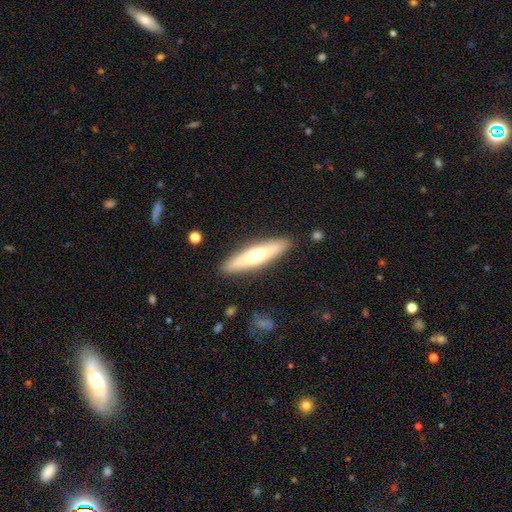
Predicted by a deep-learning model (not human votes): The model was most divided on "smooth or featured": smooth: 54%, featured or disk: 40%, star or artifact: 6%. More confident: merging — none (89%); how rounded — cigar-shaped (77%).